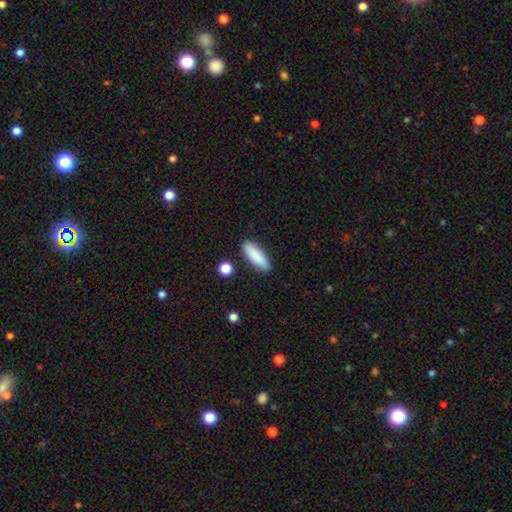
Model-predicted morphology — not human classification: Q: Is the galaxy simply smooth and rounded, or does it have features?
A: smooth — 87%.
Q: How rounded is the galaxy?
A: in between — 53%.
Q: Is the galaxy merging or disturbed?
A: none — 87%.